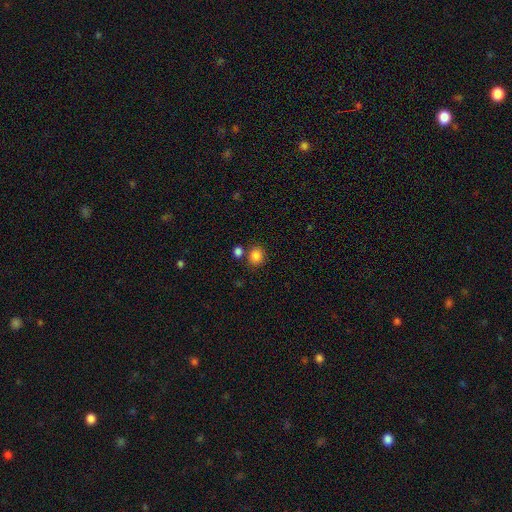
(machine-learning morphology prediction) Smooth or featured?
  - smooth: 85% *
  - star or artifact: 11%
  - featured or disk: 4%
How rounded?
  - round: 81% *
  - in between: 19%
  - cigar-shaped: 1%
Merging?
  - none: 74% *
  - merger: 14%
  - minor disturbance: 9%
  - major disturbance: 3%